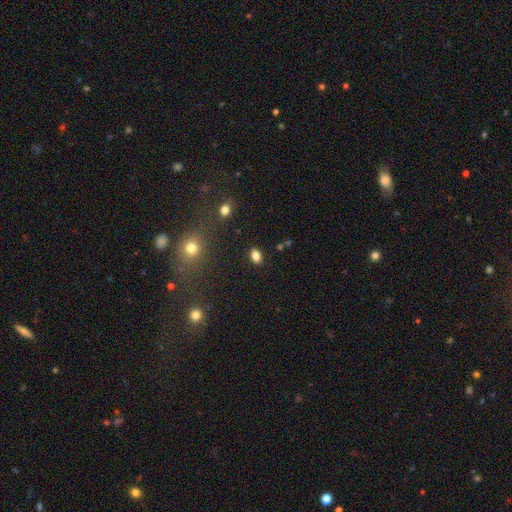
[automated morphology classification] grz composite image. It shows a smooth galaxy with no disk features (83%) that is in between round and cigar-shaped (81%). Merging: none (87%).